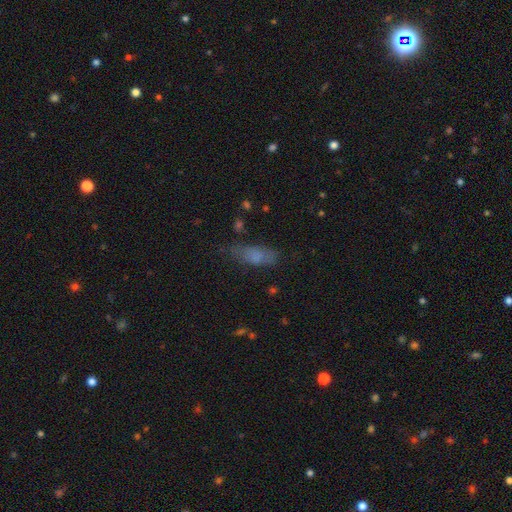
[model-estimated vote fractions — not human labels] Morphology: type=smooth (71%); roundness=in between (67%); merging=none (59%).